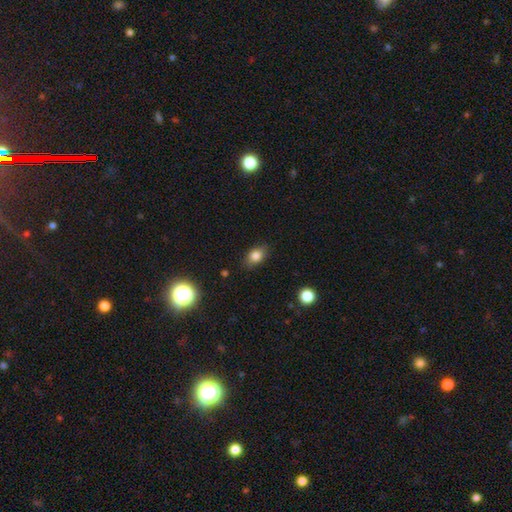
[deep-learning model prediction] Smooth or featured: smooth — 80% (star or artifact — 11%)
How rounded: in between — 75% (round — 22%)
Merging: none — 83% (minor disturbance — 13%)